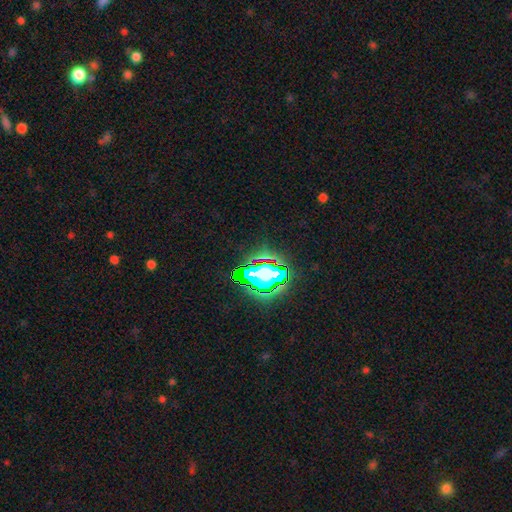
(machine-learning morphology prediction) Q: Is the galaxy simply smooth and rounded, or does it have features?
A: star or artifact — 82%.